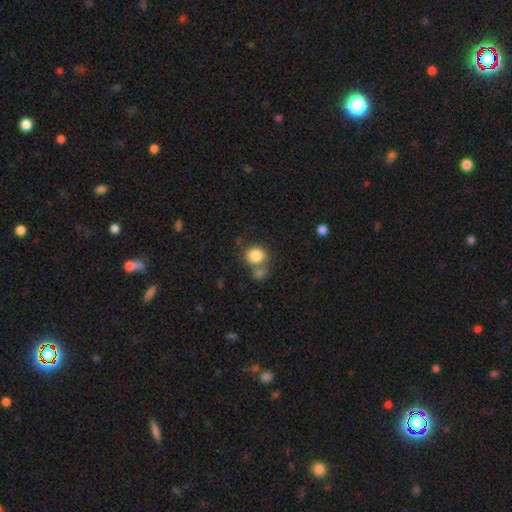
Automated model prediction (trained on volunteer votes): smooth 84%, star or artifact 9%, featured or disk 7%. Down the decision tree: how rounded — round (79%); merging — none (55%).